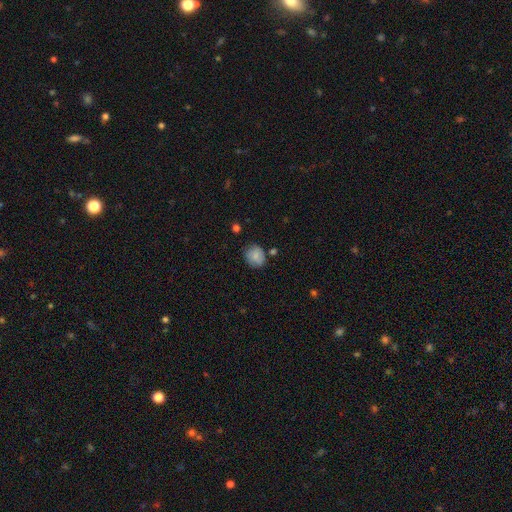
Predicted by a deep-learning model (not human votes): A smooth galaxy with no disk features (80%) that is round (75%). Merging: none (74%).